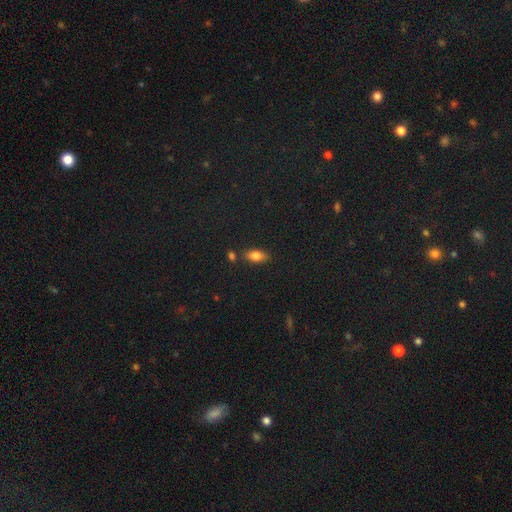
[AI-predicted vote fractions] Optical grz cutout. It shows a smooth galaxy with no disk features (80%) that is in between round and cigar-shaped (86%). Merging: none (77%).